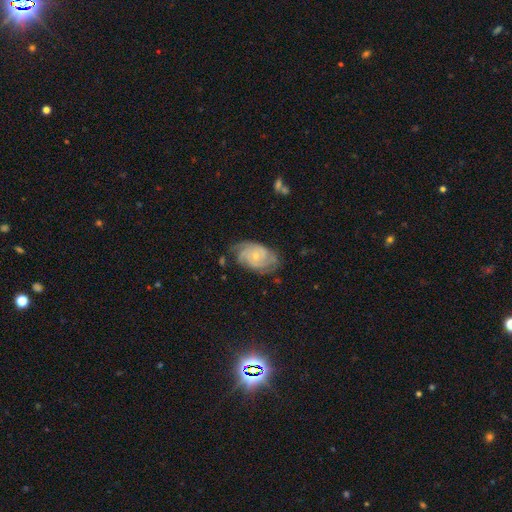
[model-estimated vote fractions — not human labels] Smooth or featured? Predicted: featured or disk (p=0.79). Edge-on disk? Predicted: no (p=0.97). Bar? Predicted: no (p=0.65). Spiral arms? Predicted: yes (p=0.95). Spiral winding? Predicted: tight (p=0.62). Spiral arm count? Predicted: 2 (p=0.31). Bulge size? Predicted: small (p=0.63). Merging? Predicted: none (p=0.66).